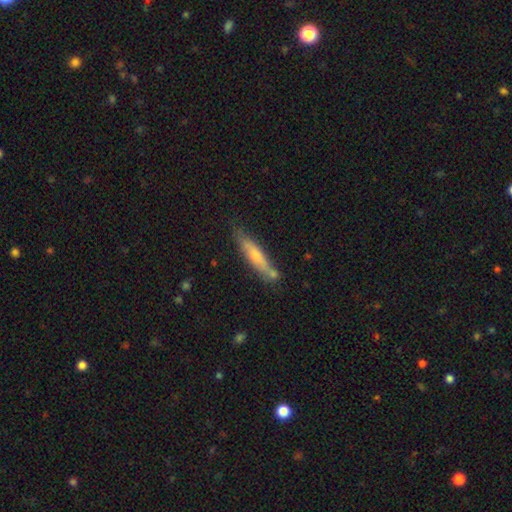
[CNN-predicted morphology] Q: Smooth or featured?
A: smooth (61%); runner-up: featured or disk (33%)
Q: How rounded?
A: cigar-shaped (86%); runner-up: in between (13%)
Q: Merging?
A: none (68%); runner-up: minor disturbance (18%)